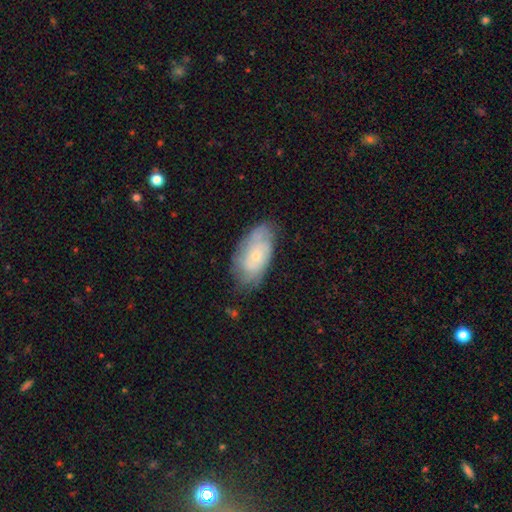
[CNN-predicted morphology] type=featured or disk (58%); edge-on=no (93%); bar=no (80%); spiral arms=yes (80%); bulge=small (70%); merging=none (68%).